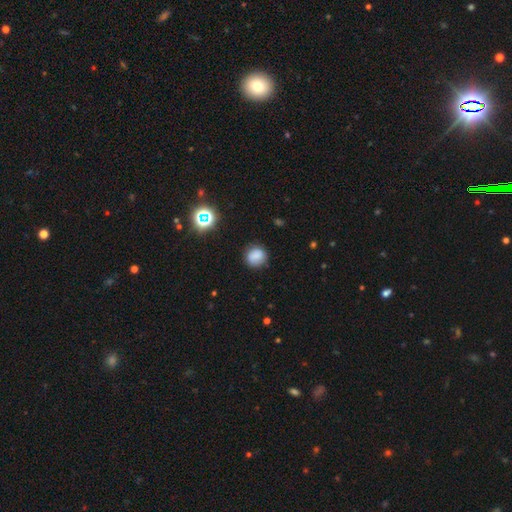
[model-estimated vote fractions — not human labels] Smooth or featured: smooth — 79% (star or artifact — 13%)
How rounded: round — 85% (in between — 14%)
Merging: none — 83% (minor disturbance — 12%)